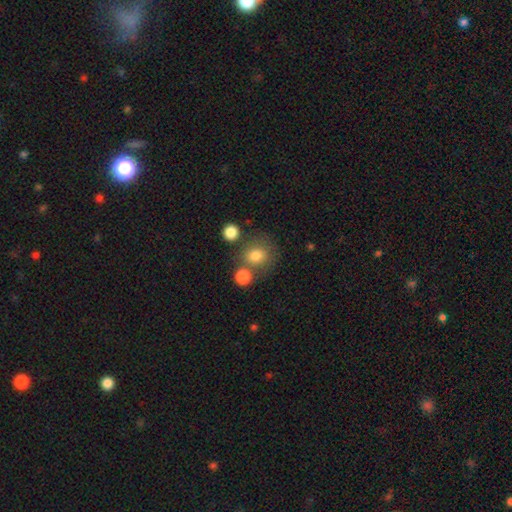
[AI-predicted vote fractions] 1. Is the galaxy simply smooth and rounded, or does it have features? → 79% smooth, 12% star or artifact, 9% featured or disk.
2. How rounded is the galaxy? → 73% round, 26% in between, 1% cigar-shaped.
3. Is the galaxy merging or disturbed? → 59% none, 21% merger, 13% minor disturbance, 6% major disturbance.